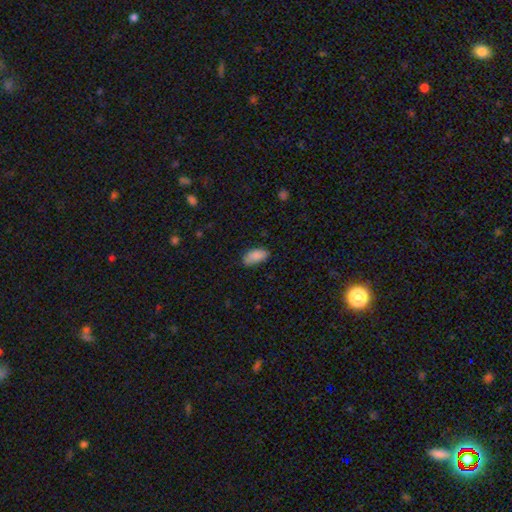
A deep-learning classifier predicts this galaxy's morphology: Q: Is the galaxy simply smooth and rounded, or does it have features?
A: smooth — 87%.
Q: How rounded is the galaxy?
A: in between — 92%.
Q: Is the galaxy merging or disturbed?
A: none — 71%.